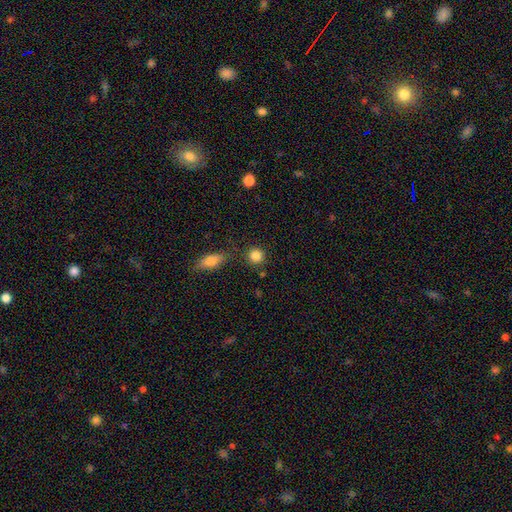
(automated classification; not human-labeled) Smooth or featured? Predicted: smooth (p=0.86). How rounded? Predicted: round (p=0.91). Merging? Predicted: none (p=0.83).